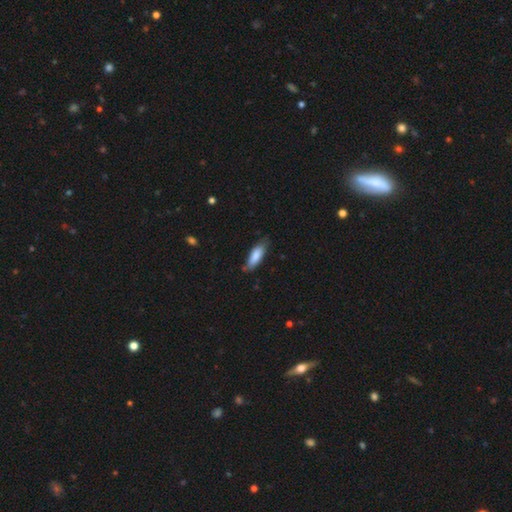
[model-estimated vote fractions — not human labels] smooth_or_featured: smooth (p=0.82) [alt: featured or disk p=0.12]
how_rounded: in between (p=0.56) [alt: cigar-shaped p=0.42]
merging: none (p=0.69) [alt: minor disturbance p=0.25]